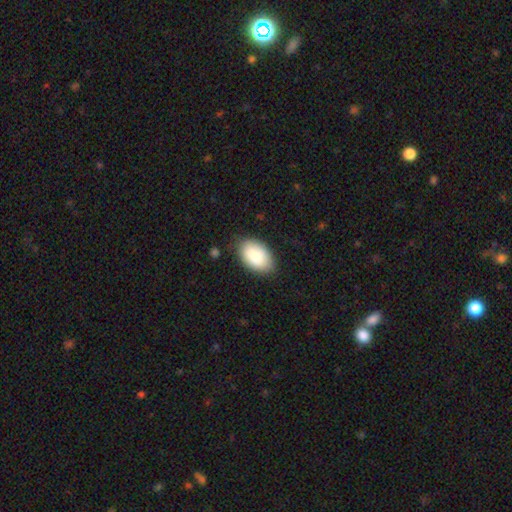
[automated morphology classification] Smooth or featured?
  - smooth: 88% *
  - featured or disk: 6%
  - star or artifact: 6%
How rounded?
  - in between: 92% *
  - round: 6%
  - cigar-shaped: 1%
Merging?
  - none: 81% *
  - minor disturbance: 14%
  - major disturbance: 3%
  - merger: 1%